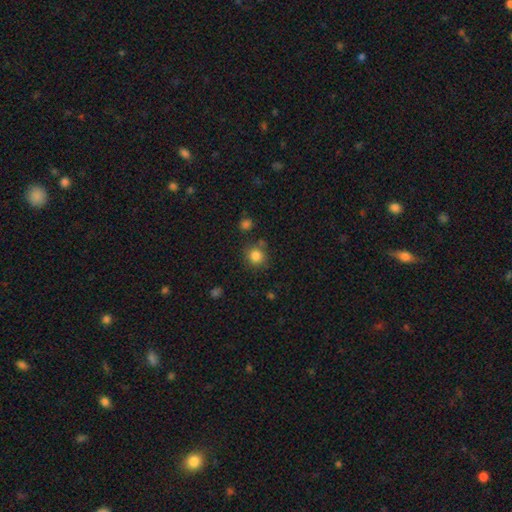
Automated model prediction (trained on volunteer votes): A smooth galaxy with no disk features (84%) that is round (90%). Merging: none (79%).